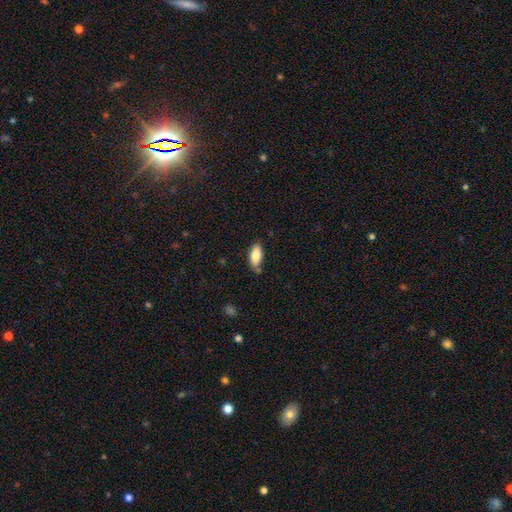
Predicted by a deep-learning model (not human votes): The model was most divided on "merging": none: 74%, minor disturbance: 17%, merger: 6%, major disturbance: 3%. More confident: how rounded — in between (88%); smooth or featured — smooth (81%).